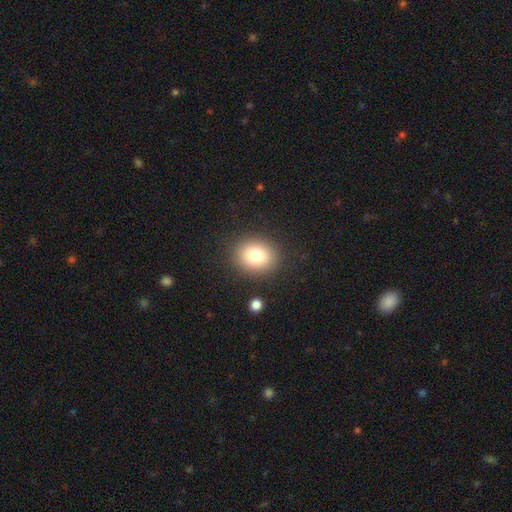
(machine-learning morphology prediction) smooth-or-featured: smooth: 79% | star or artifact: 11% | featured or disk: 9%
  how-rounded: round: 63% | in between: 36% | cigar-shaped: 1%
  merging: none: 87% | minor disturbance: 8% | major disturbance: 3% | merger: 2%